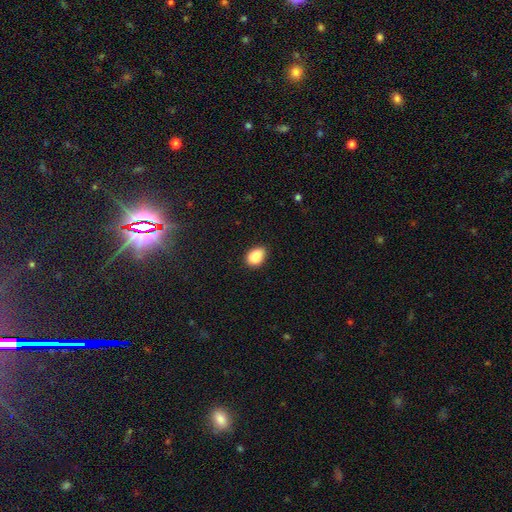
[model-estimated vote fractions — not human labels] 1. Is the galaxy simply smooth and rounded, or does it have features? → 88% smooth, 8% star or artifact, 5% featured or disk.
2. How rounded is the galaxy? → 78% in between, 21% round, 1% cigar-shaped.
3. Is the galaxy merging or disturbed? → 80% none, 17% minor disturbance, 2% major disturbance, 1% merger.